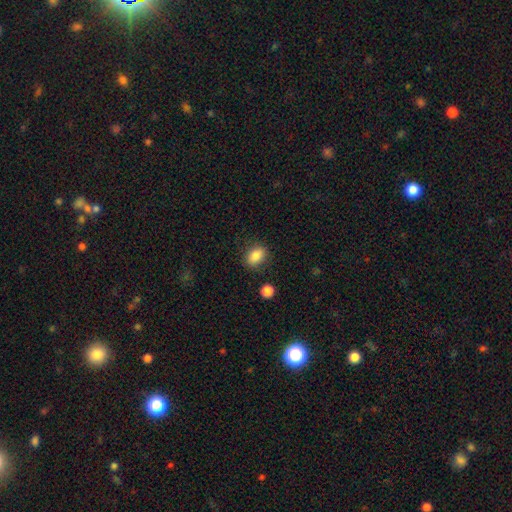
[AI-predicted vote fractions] Q: Smooth or featured?
A: smooth (86%); runner-up: star or artifact (9%)
Q: How rounded?
A: in between (73%); runner-up: round (26%)
Q: Merging?
A: none (84%); runner-up: minor disturbance (11%)